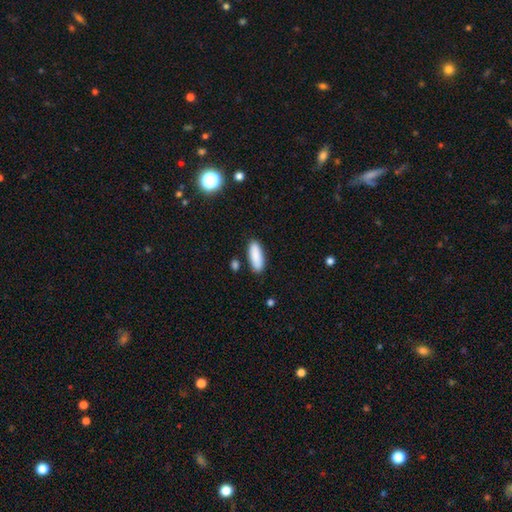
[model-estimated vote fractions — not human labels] This is clearly a smooth galaxy (89%). How rounded: likely in between (67%). Merging: clearly none (86%).